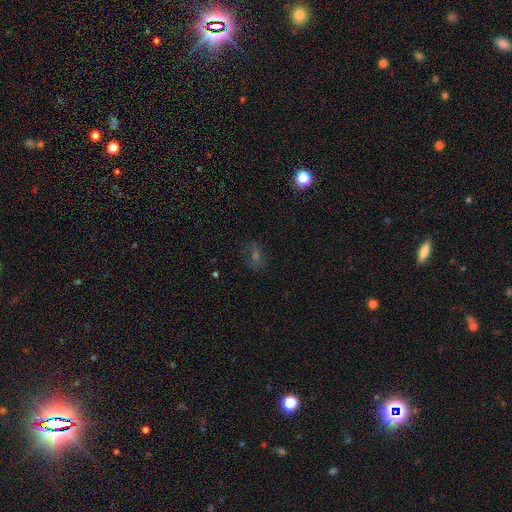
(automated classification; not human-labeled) The model was most divided on "smooth or featured": smooth: 39%, star or artifact: 31%, featured or disk: 30%. More confident: merging — none (72%).